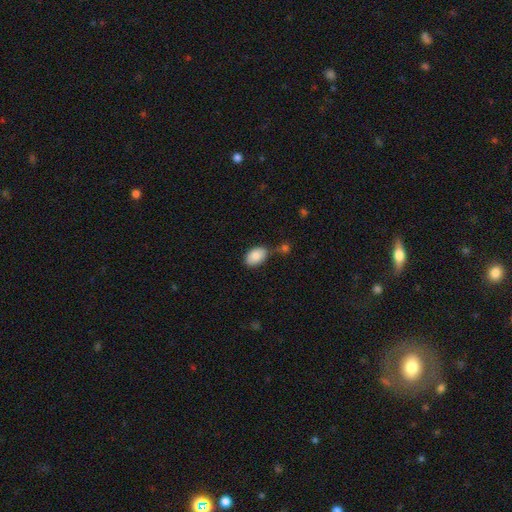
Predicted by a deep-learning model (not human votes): smooth-or-featured: smooth: 84% | featured or disk: 9% | star or artifact: 7%
  how-rounded: in between: 89% | round: 9% | cigar-shaped: 1%
  merging: none: 66% | minor disturbance: 20% | merger: 10% | major disturbance: 5%